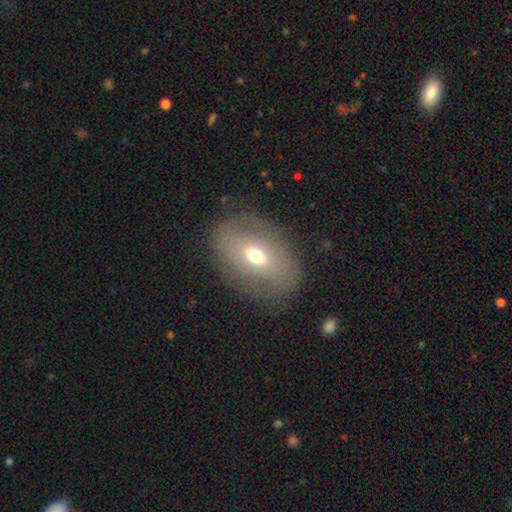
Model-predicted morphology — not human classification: smooth_or_featured: smooth (p=0.51) [alt: featured or disk p=0.37]
how_rounded: in between (p=0.80) [alt: round p=0.18]
merging: none (p=0.76) [alt: minor disturbance p=0.15]